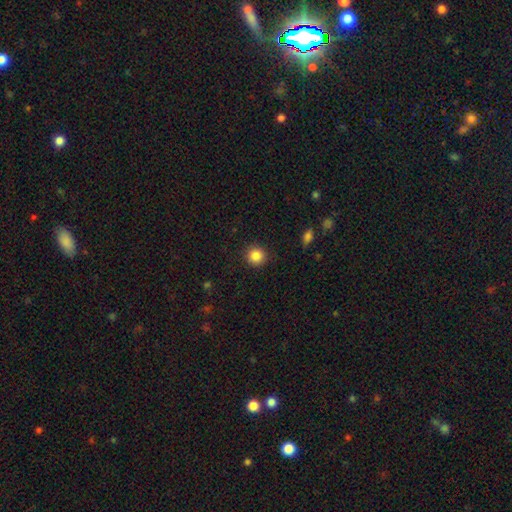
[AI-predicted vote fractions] This appears to be a smooth galaxy with no disk features (86%) that is round (93%). Merging: none (91%).